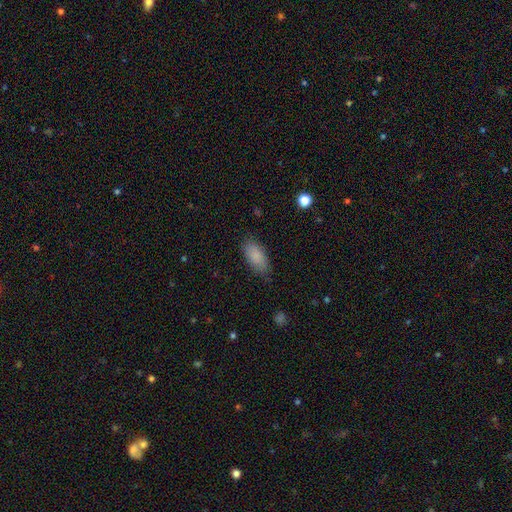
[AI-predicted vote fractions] The model was most divided on "merging": none: 80%, minor disturbance: 16%, major disturbance: 4%, merger: 1%. More confident: how rounded — in between (87%); smooth or featured — smooth (87%).